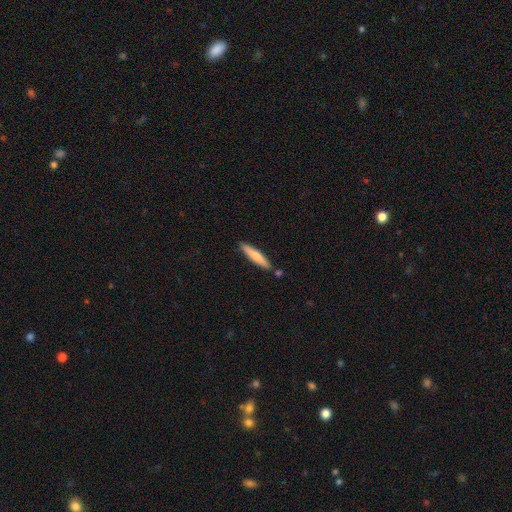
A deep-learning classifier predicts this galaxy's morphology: Smooth or featured: smooth — 72% (featured or disk — 23%)
How rounded: cigar-shaped — 90% (in between — 9%)
Merging: none — 81% (minor disturbance — 11%)